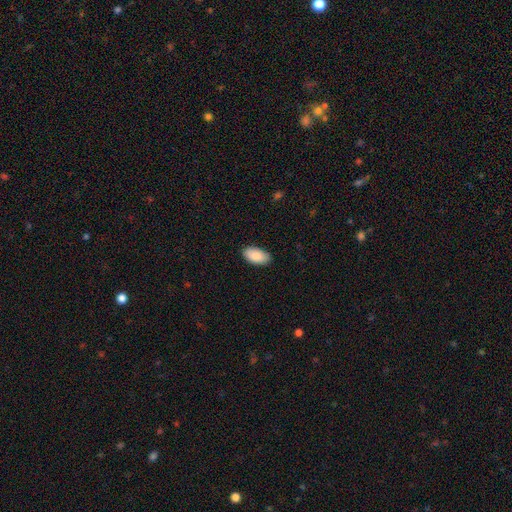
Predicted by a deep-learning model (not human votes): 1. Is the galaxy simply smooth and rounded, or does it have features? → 89% smooth, 6% star or artifact, 5% featured or disk.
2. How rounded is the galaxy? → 95% in between, 2% round, 2% cigar-shaped.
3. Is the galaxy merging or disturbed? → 86% none, 11% minor disturbance, 2% major disturbance, 1% merger.